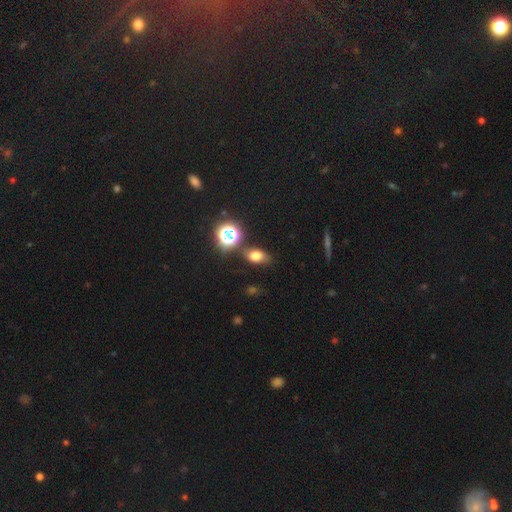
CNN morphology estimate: Q: Smooth or featured?
A: smooth (69%); runner-up: star or artifact (21%)
Q: How rounded?
A: in between (79%); runner-up: round (19%)
Q: Merging?
A: none (72%); runner-up: minor disturbance (16%)